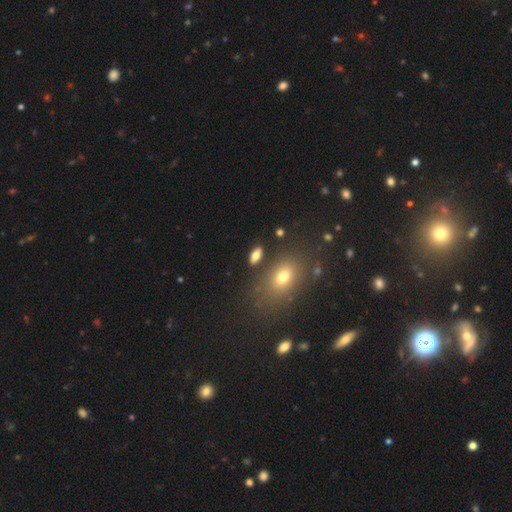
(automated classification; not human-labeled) Smooth or featured? smooth (75%)
How rounded? in between (83%)
Merging? none (83%)